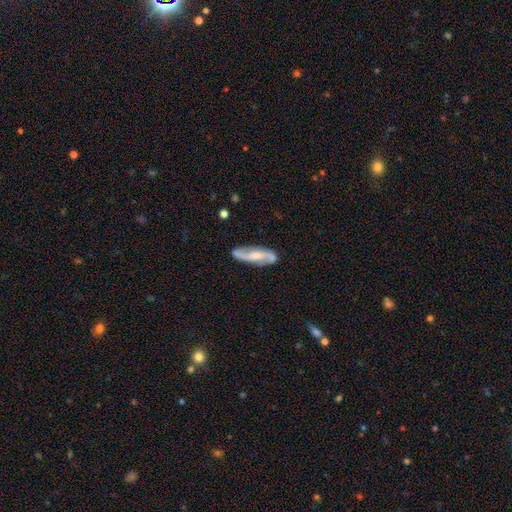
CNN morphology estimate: Overall: featured or disk (72%). Edge-on disk: no (83%). Bar: weak (38%, tied with no). Spiral arms: yes (93%). Spiral arm count: 2 (90%). Spiral winding: loose (57%; medium 31%). Bulge size: small (45%; moderate 38%). Merging: none (80%).